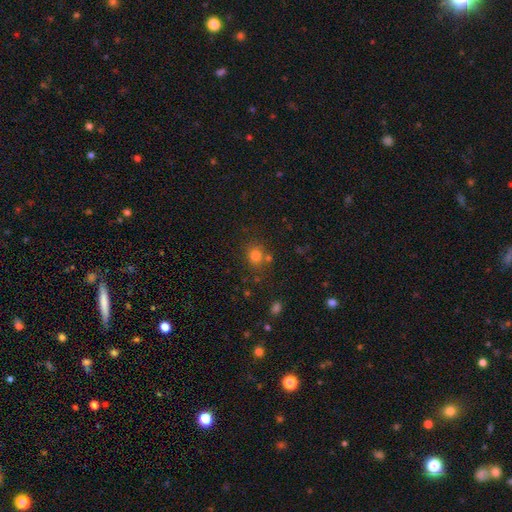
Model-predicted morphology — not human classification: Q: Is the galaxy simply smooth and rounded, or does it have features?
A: smooth — 77%.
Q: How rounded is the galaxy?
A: round — 76%.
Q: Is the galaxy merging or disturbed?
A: none — 71%.